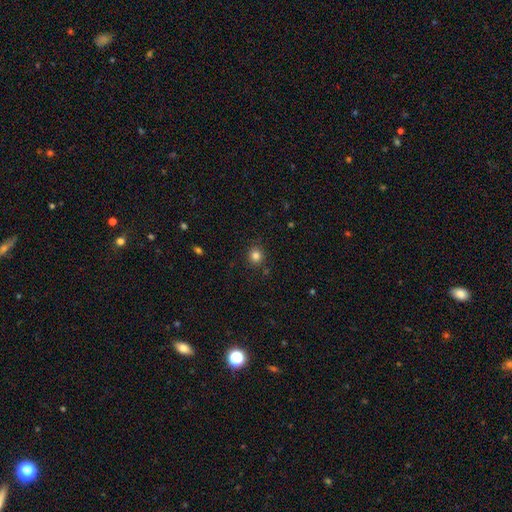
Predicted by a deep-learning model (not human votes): Smooth or featured? Predicted: smooth (p=0.82). How rounded? Predicted: round (p=0.88). Merging? Predicted: none (p=0.87).